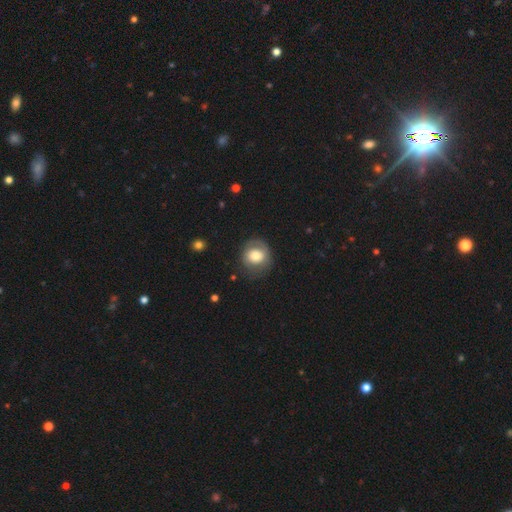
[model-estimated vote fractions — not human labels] Overall: smooth (68%). How rounded: round (80%). Merging: none (69%).